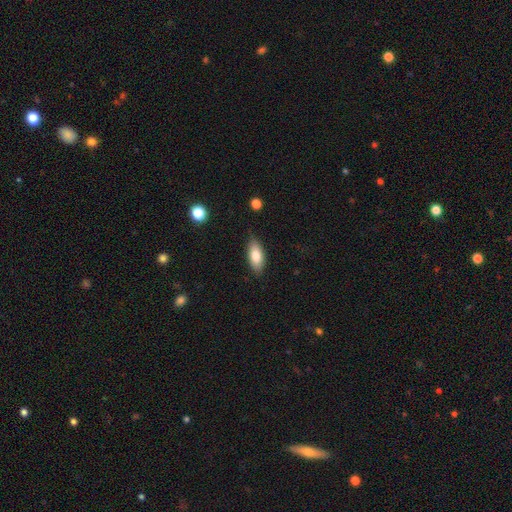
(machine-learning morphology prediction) type=smooth (79%); roundness=in between (82%); merging=none (84%).